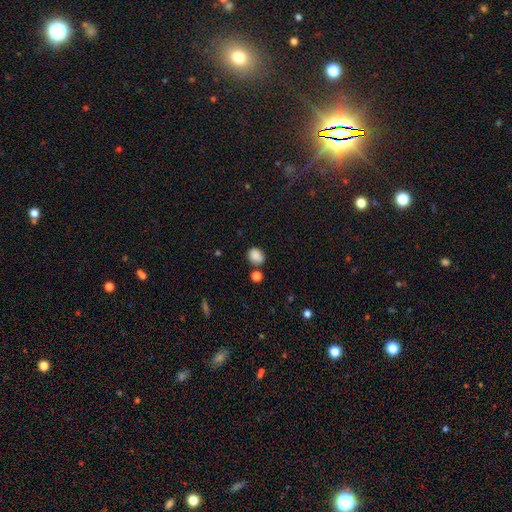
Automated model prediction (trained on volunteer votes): The model was most divided on "how rounded": in between: 52%, round: 47%, cigar-shaped: 1%. More confident: smooth or featured — smooth (85%); merging — none (68%).